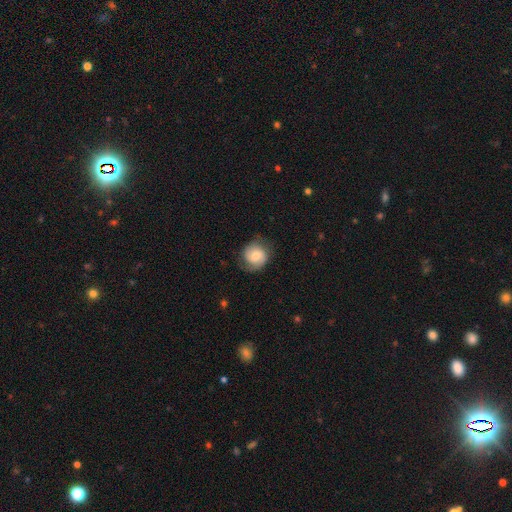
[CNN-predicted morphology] smooth 55%, featured or disk 37%, star or artifact 8%. Down the decision tree: how rounded — round (82%); merging — none (71%).